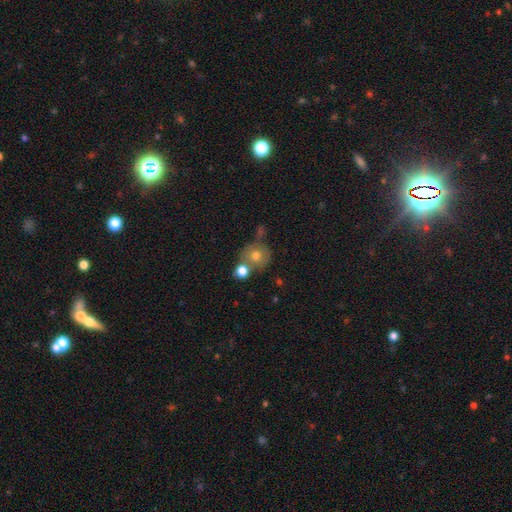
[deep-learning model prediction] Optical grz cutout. It shows a smooth galaxy with no disk features (68%) that is round (82%). Merging: none (51%).